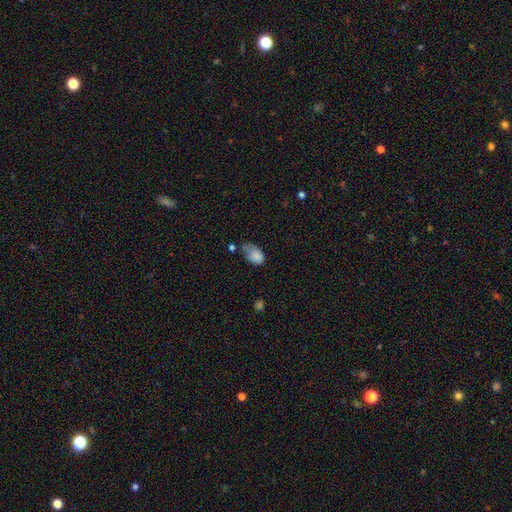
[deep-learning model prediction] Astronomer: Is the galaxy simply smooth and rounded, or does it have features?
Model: smooth — 82%.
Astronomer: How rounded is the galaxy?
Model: in between — 86%.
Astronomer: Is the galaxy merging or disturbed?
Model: minor disturbance — 41% (runner-up: none, 30%).